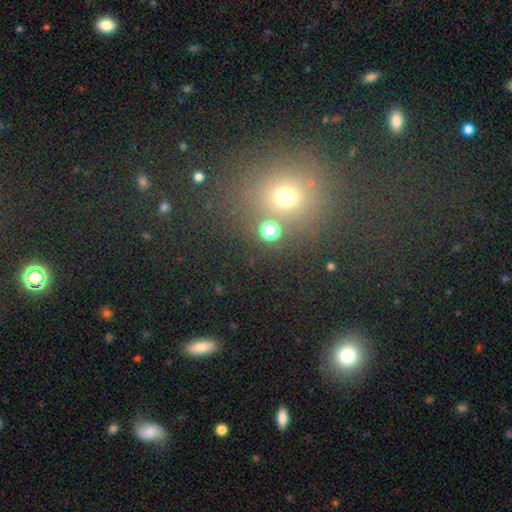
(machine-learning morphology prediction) smooth_or_featured: smooth (p=0.55) [alt: star or artifact p=0.34]
how_rounded: round (p=0.74) [alt: in between p=0.24]
merging: none (p=0.71) [alt: merger p=0.12]